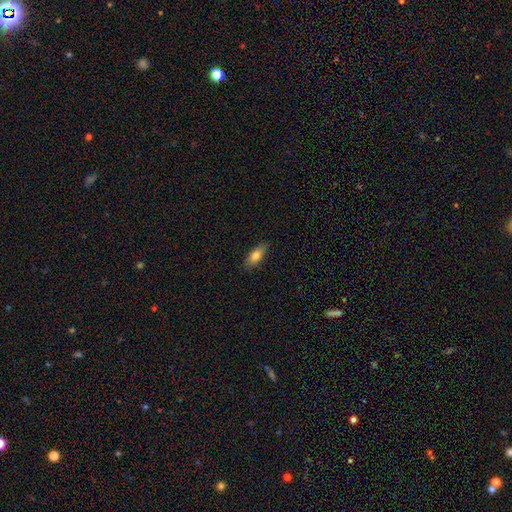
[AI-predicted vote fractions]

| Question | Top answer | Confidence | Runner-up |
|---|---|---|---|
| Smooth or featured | smooth | 78% | featured or disk (15%) |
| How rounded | in between | 71% | cigar-shaped (26%) |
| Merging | none | 82% | minor disturbance (14%) |